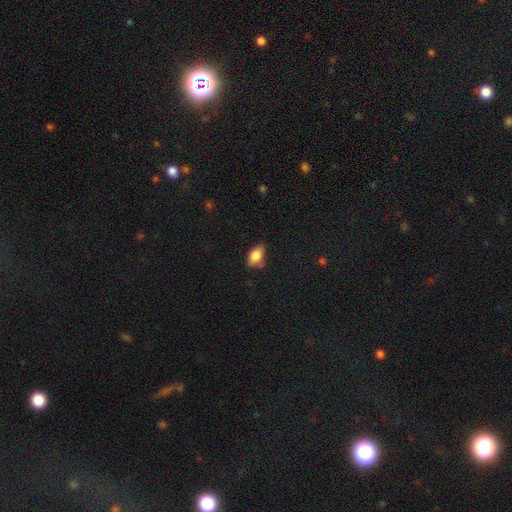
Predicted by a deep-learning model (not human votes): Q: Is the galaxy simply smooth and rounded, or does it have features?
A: smooth — 81%.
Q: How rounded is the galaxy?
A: in between — 87%.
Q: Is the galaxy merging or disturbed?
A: none — 52%.